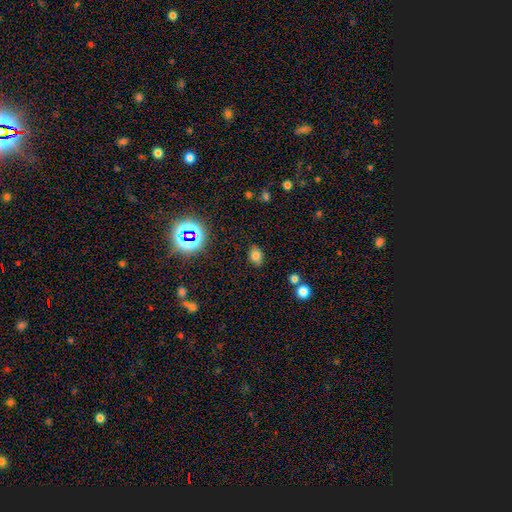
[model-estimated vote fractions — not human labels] This is likely a smooth galaxy (74%). How rounded: likely in between (67%). Merging: clearly none (82%).